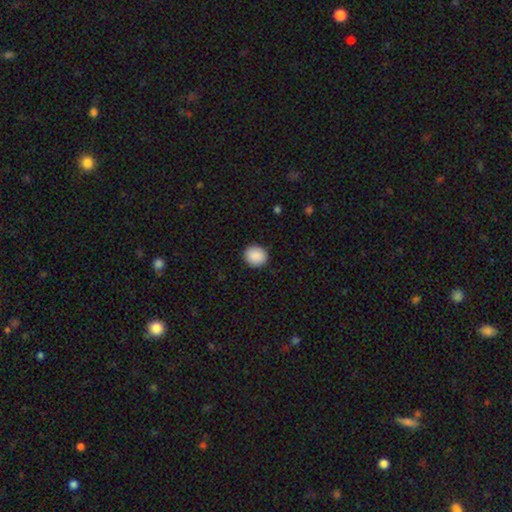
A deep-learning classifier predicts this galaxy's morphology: A smooth galaxy with no disk features (90%) that is round (84%).

Vote fractions:
- Smooth or featured? smooth: 90% / star or artifact: 8% / featured or disk: 3%
- How rounded? round: 84% / in between: 15% / cigar-shaped: 1%
- Merging? none: 91% / minor disturbance: 6% / major disturbance: 2% / merger: 1%